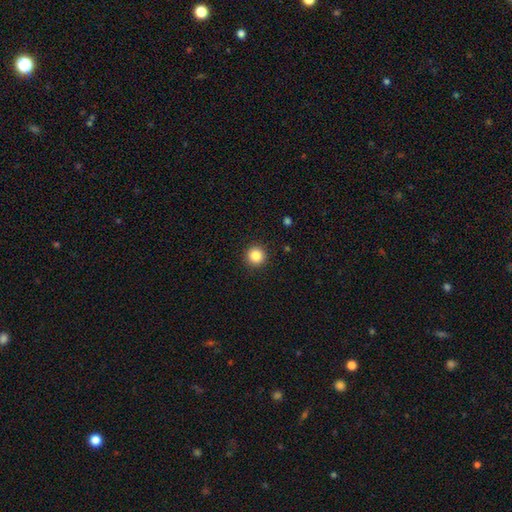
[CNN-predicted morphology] Smooth or featured?
  - smooth: 85% *
  - star or artifact: 10%
  - featured or disk: 4%
How rounded?
  - round: 96% *
  - in between: 3%
  - cigar-shaped: 1%
Merging?
  - none: 93% *
  - minor disturbance: 5%
  - major disturbance: 2%
  - merger: 1%